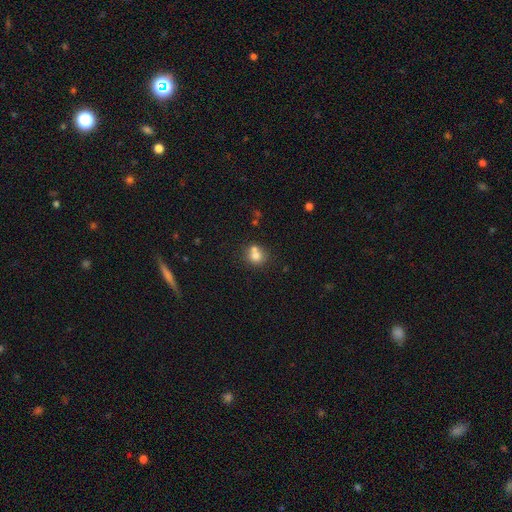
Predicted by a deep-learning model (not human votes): The model was most divided on "merging": none: 46%, merger: 41%, minor disturbance: 10%, major disturbance: 3%. More confident: how rounded — round (80%); smooth or featured — smooth (75%).